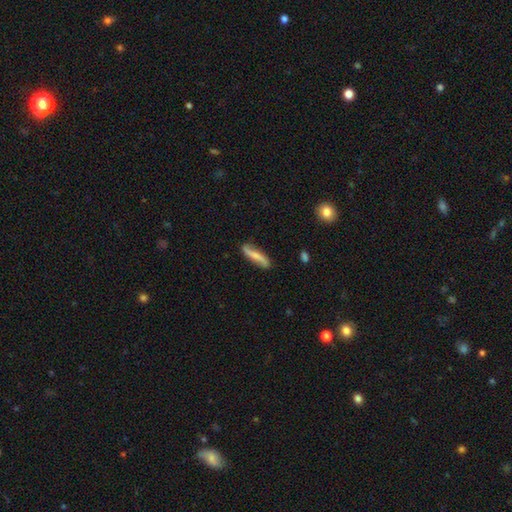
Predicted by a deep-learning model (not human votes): This appears to be a featured or disk galaxy (53%). Merging: none (77%).